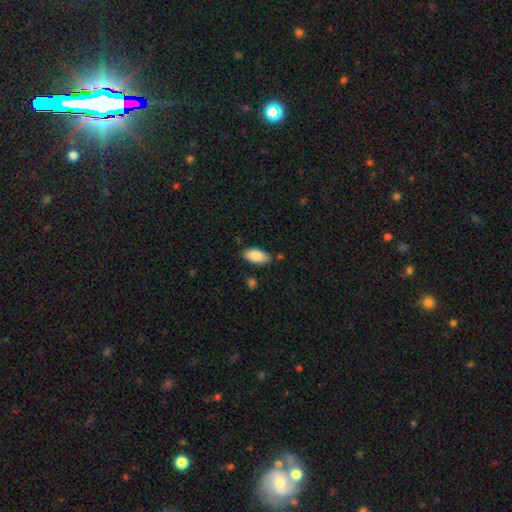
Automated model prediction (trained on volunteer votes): This appears to be a smooth galaxy with no disk features (88%) that is in between round and cigar-shaped (91%). Merging: none (76%).